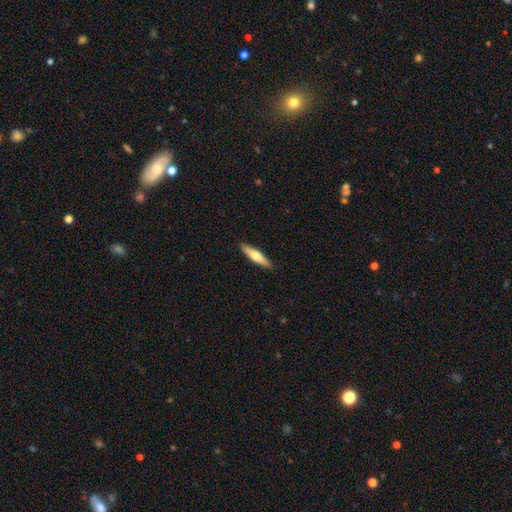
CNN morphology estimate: Smooth or featured? Predicted: smooth (p=0.54). How rounded? Predicted: cigar-shaped (p=0.83). Merging? Predicted: none (p=0.90).